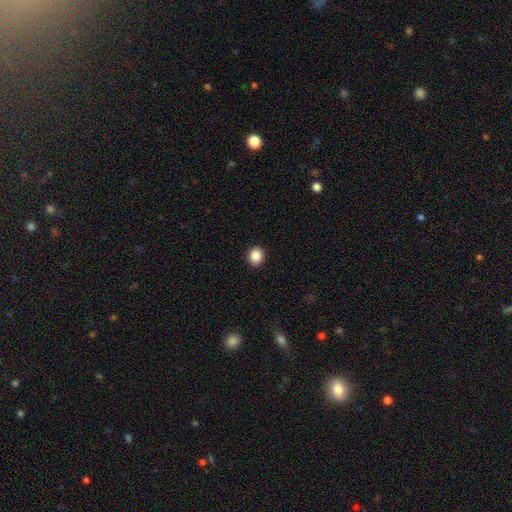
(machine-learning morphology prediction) type=smooth (87%); roundness=round (76%); merging=none (92%).